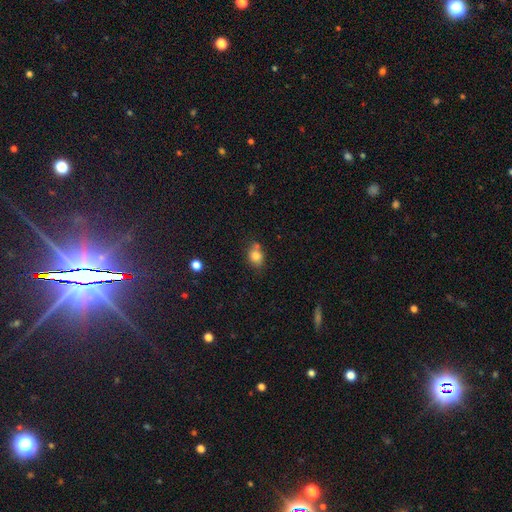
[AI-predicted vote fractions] Overall: smooth (80%). How rounded: in between (50%; round 49%). Merging: none (61%).